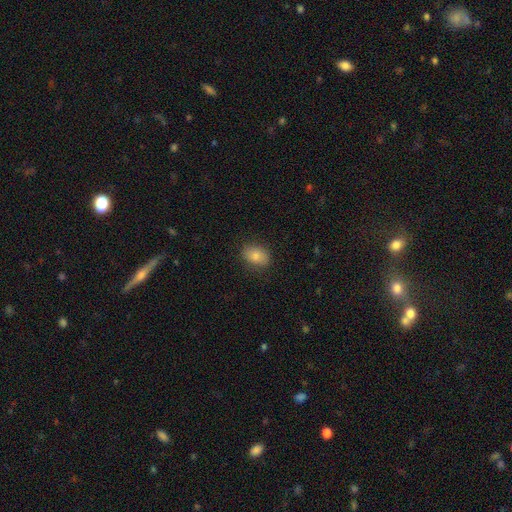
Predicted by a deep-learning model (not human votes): Smooth or featured? smooth (80%)
How rounded? in between (77%)
Merging? none (85%)